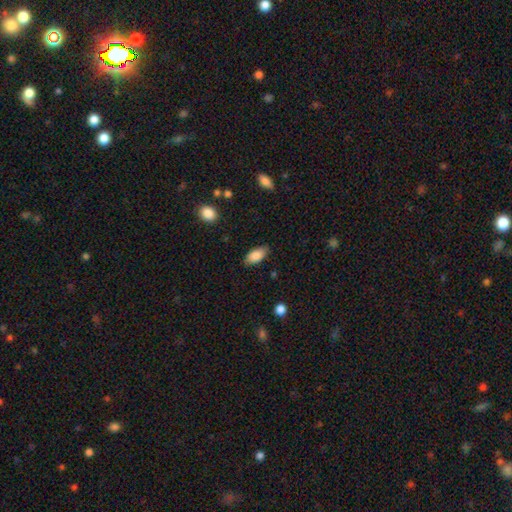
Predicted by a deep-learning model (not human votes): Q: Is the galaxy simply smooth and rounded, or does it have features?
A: smooth — 86%.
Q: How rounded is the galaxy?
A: in between — 92%.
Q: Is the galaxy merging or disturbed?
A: none — 84%.